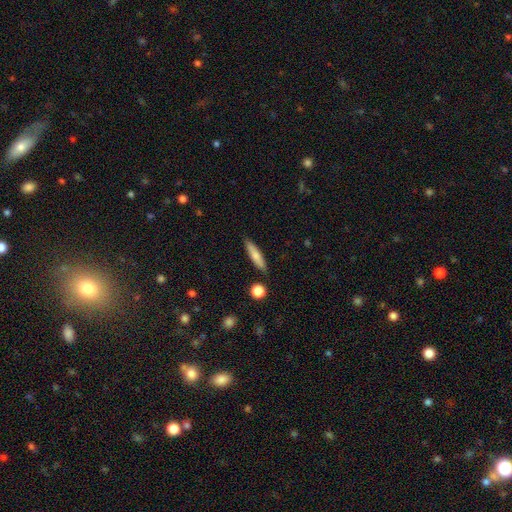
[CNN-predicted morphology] type=smooth (69%); roundness=cigar-shaped (84%); merging=none (86%).